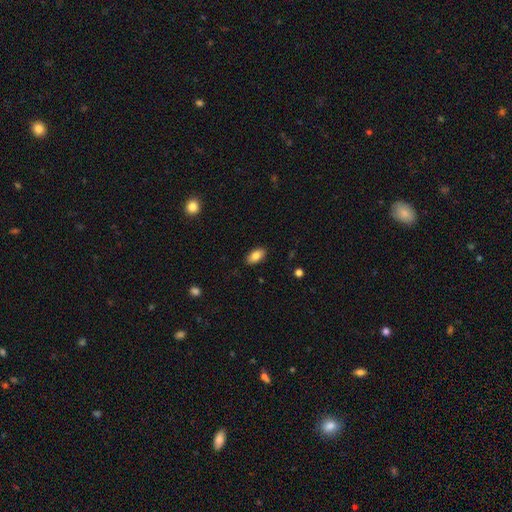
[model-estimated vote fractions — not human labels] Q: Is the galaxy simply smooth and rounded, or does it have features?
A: smooth — 83%.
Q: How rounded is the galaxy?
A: in between — 93%.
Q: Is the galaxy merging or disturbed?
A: none — 88%.